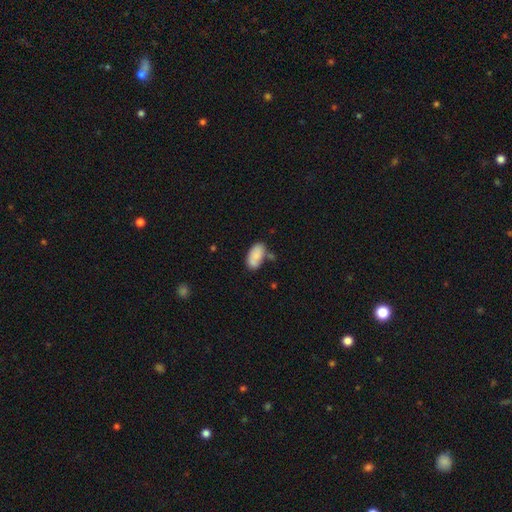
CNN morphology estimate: Smooth or featured? smooth (83%)
How rounded? in between (94%)
Merging? none (59%)